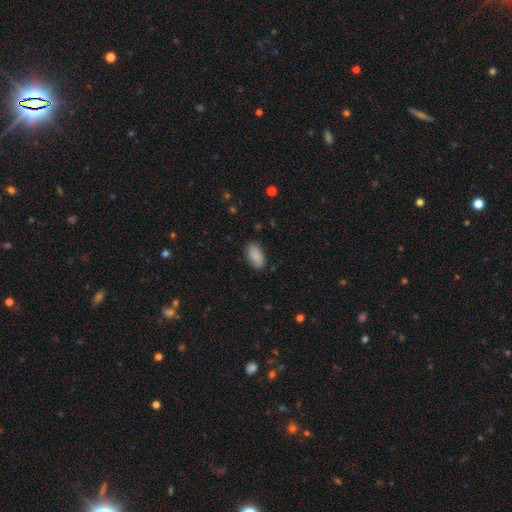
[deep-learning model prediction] Overall: smooth (85%). How rounded: in between (93%). Merging: none (82%).